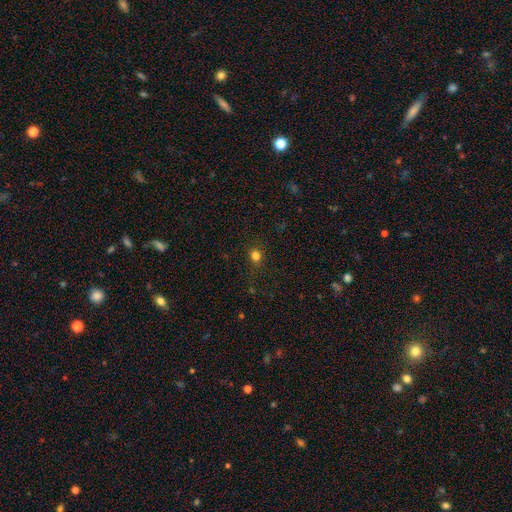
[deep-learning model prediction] Smooth or featured? smooth (78%)
How rounded? round (83%)
Merging? none (85%)